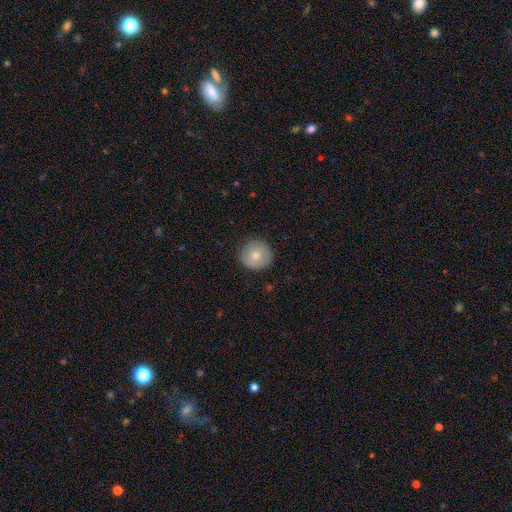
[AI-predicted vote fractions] This is likely a smooth galaxy (76%). How rounded: clearly round (94%). Merging: clearly none (87%).